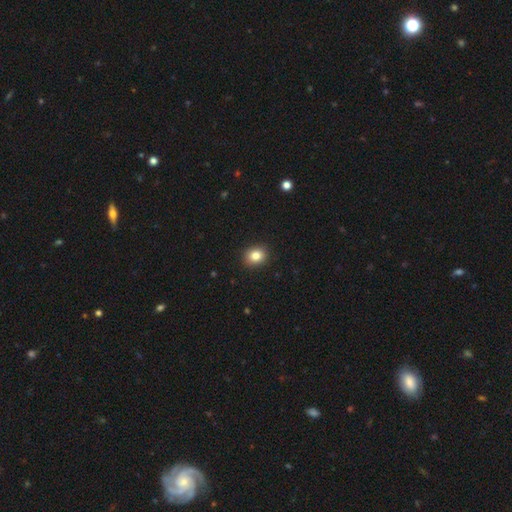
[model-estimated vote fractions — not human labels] This is clearly a smooth galaxy (84%). How rounded: possibly round (55%). Merging: clearly none (91%).